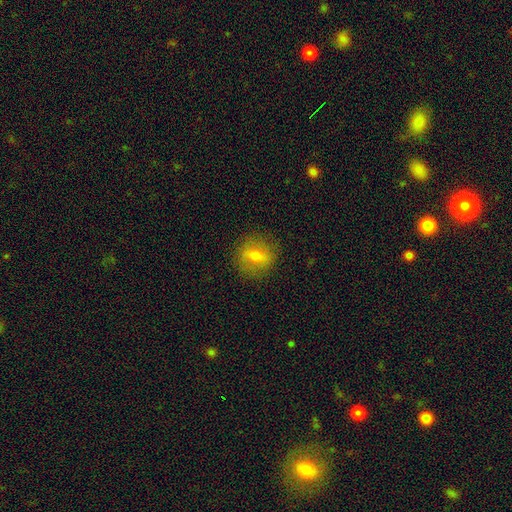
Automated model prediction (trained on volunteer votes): Smooth or featured? Predicted: smooth (p=0.60). How rounded? Predicted: round (p=0.73). Merging? Predicted: none (p=0.84).